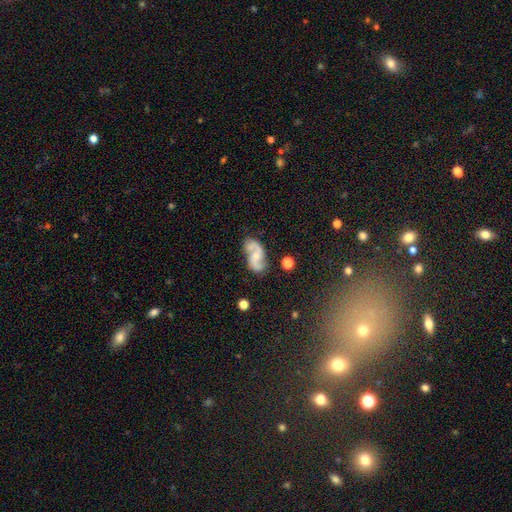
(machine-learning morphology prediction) A featured or disk galaxy (84%) with no bar (58%), 2 (92%) medium (45%) spiral arms (95%) and a small central bulge (51%).

Vote fractions:
- Smooth or featured? featured or disk: 84% / smooth: 10% / star or artifact: 6%
- Edge-on disk? no: 97% / yes: 3%
- Bar? no: 58% / weak: 34% / strong: 8%
- Spiral arms? yes: 95% / no: 5%
- Spiral winding? medium: 45% / loose: 41% / tight: 14%
- Spiral arm count? 2: 92% / can't tell: 3% / 1: 2% / 3: 1% / 4: 1% / more than 4: 1%
- Bulge size? small: 51% / moderate: 41% / none: 5% / large: 2% / dominant: 1%
- Merging? none: 69% / minor disturbance: 18% / merger: 7% / major disturbance: 6%